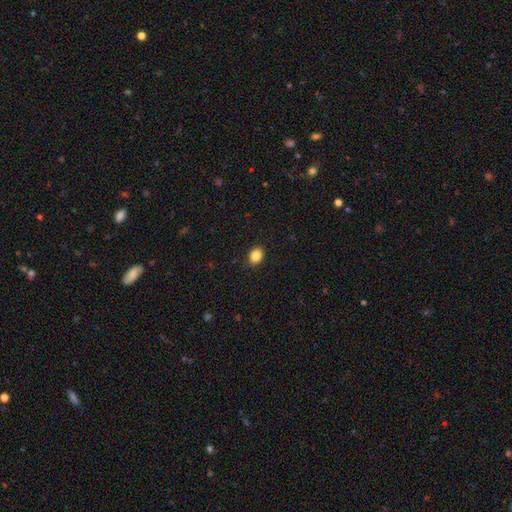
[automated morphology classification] smooth-or-featured: smooth: 85% | star or artifact: 10% | featured or disk: 5%
  how-rounded: in between: 52% | round: 47% | cigar-shaped: 1%
  merging: none: 90% | minor disturbance: 7% | major disturbance: 2% | merger: 1%